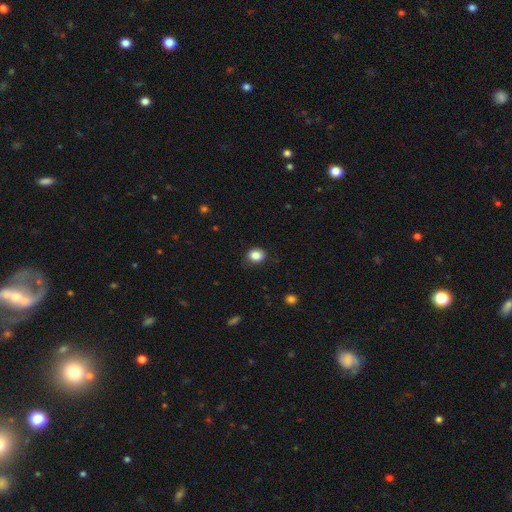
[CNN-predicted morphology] This appears to be a smooth galaxy with no disk features (85%) that is round (59%). Merging: none (81%).